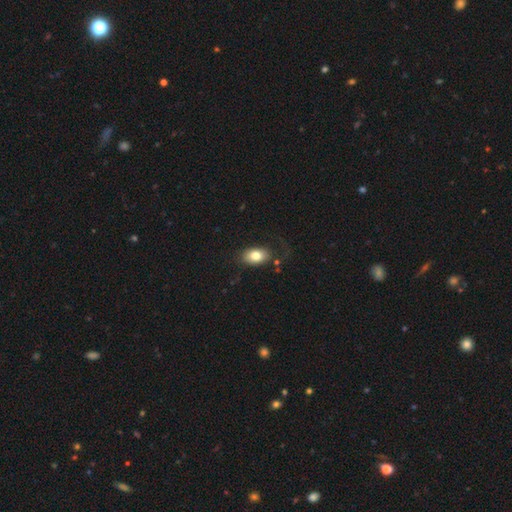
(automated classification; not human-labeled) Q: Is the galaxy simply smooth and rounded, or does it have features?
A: smooth — 80%.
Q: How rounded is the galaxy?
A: in between — 88%.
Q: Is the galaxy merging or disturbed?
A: none — 71%.